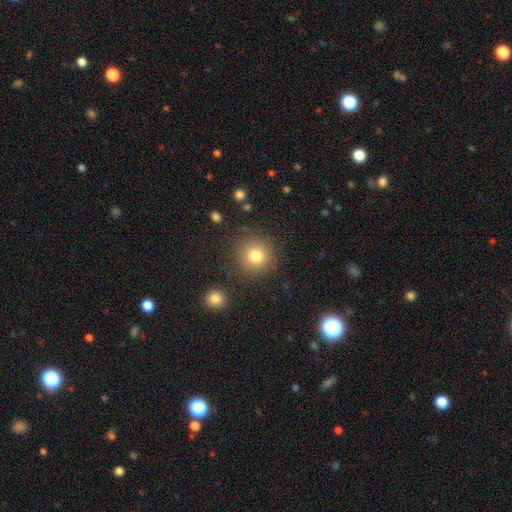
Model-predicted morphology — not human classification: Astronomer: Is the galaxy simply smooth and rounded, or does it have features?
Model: smooth — 79%.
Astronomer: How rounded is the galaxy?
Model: round — 94%.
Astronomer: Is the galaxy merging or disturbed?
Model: none — 86%.